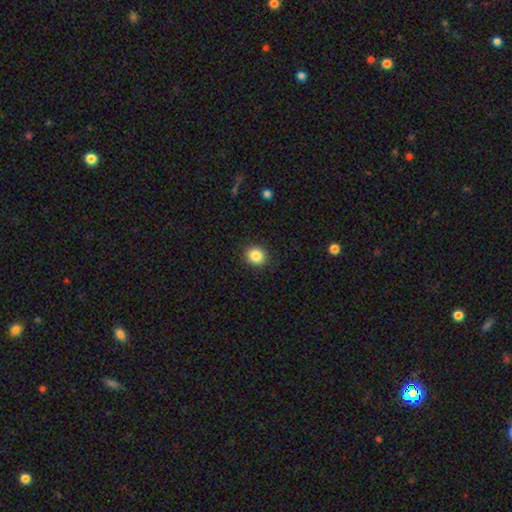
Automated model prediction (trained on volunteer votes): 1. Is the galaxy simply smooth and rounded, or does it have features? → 86% smooth, 10% star or artifact, 5% featured or disk.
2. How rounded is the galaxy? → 82% round, 17% in between, 1% cigar-shaped.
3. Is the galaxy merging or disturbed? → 91% none, 6% minor disturbance, 2% major disturbance, 1% merger.